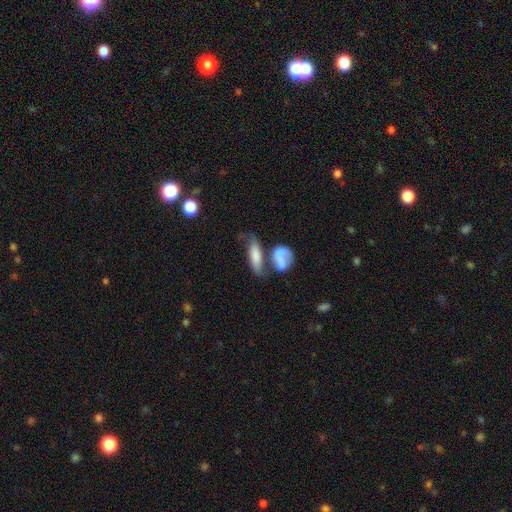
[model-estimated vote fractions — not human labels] smooth_or_featured: smooth (p=0.65) [alt: featured or disk p=0.28]
how_rounded: in between (p=0.60) [alt: cigar-shaped p=0.35]
merging: merger (p=0.36) [alt: none p=0.33]